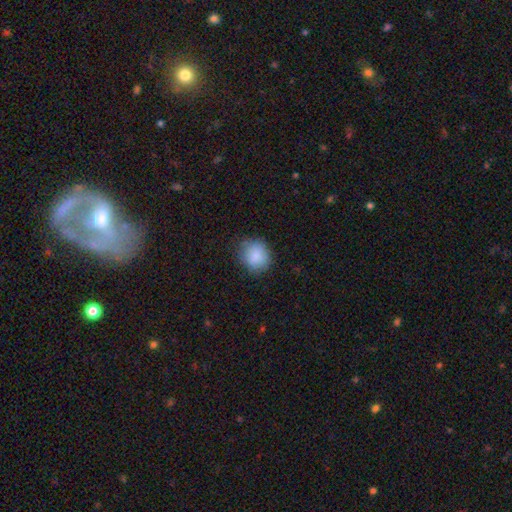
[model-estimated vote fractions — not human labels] Smooth or featured?
  - smooth: 87% *
  - star or artifact: 7%
  - featured or disk: 6%
How rounded?
  - round: 81% *
  - in between: 18%
  - cigar-shaped: 1%
Merging?
  - none: 79% *
  - minor disturbance: 16%
  - major disturbance: 4%
  - merger: 1%